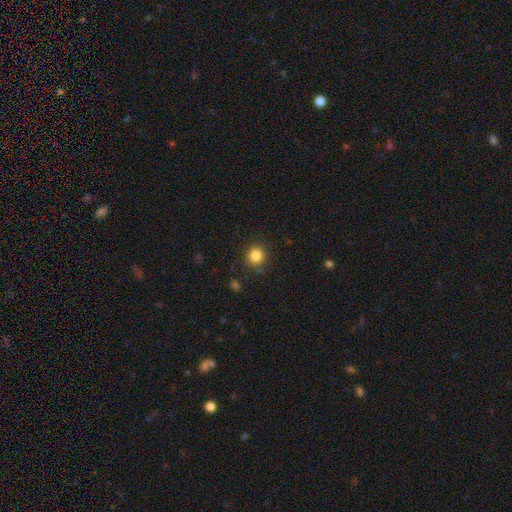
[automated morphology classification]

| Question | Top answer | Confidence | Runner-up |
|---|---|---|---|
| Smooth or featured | smooth | 84% | star or artifact (11%) |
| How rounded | round | 90% | in between (9%) |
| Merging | none | 85% | minor disturbance (11%) |